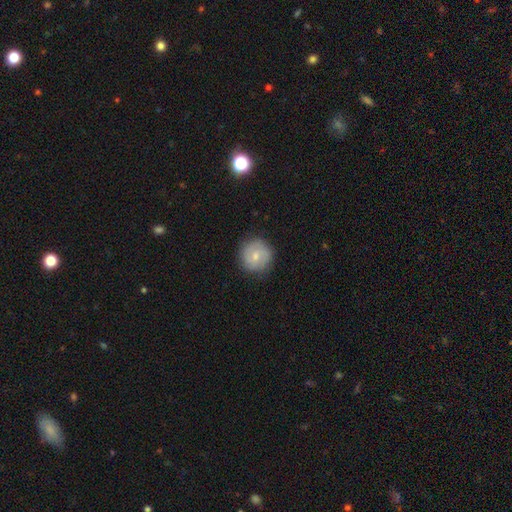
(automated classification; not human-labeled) Smooth or featured: smooth — 61% (featured or disk — 32%)
How rounded: round — 93% (in between — 6%)
Merging: none — 85% (minor disturbance — 11%)